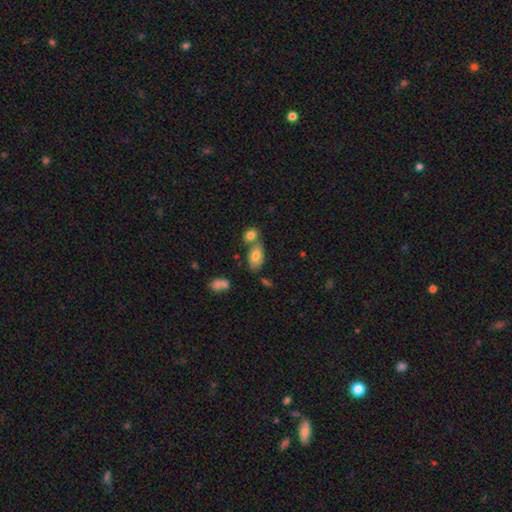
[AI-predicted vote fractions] A smooth galaxy with no disk features (78%) that is in between round and cigar-shaped (91%). Merging: none (51%).